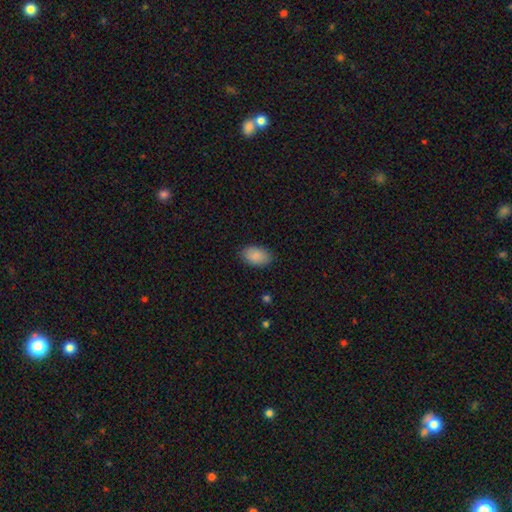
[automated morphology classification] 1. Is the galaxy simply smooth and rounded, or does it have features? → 90% smooth, 7% star or artifact, 4% featured or disk.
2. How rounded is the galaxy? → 93% in between, 6% round, 1% cigar-shaped.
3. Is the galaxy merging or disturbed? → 87% none, 10% minor disturbance, 2% major disturbance, 1% merger.